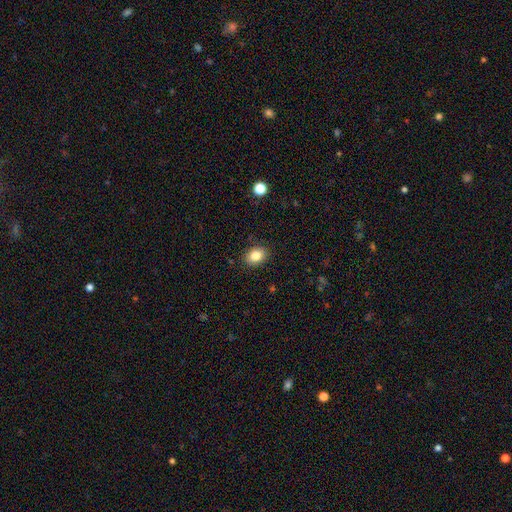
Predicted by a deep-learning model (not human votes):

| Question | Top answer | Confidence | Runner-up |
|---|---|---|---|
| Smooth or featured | smooth | 84% | star or artifact (9%) |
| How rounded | in between | 70% | round (29%) |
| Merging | none | 88% | minor disturbance (9%) |